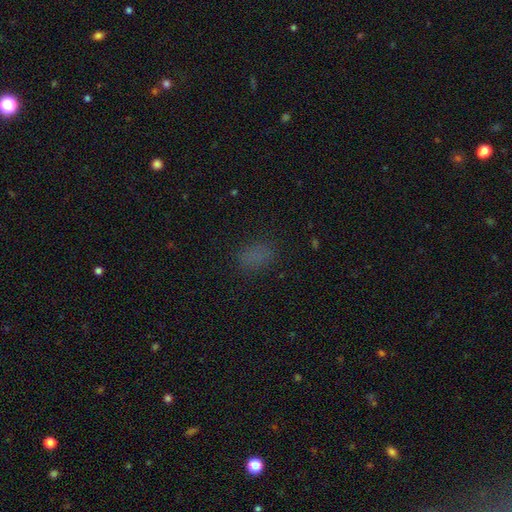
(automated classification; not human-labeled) Smooth or featured? Predicted: smooth (p=0.74). How rounded? Predicted: in between (p=0.83). Merging? Predicted: none (p=0.81).